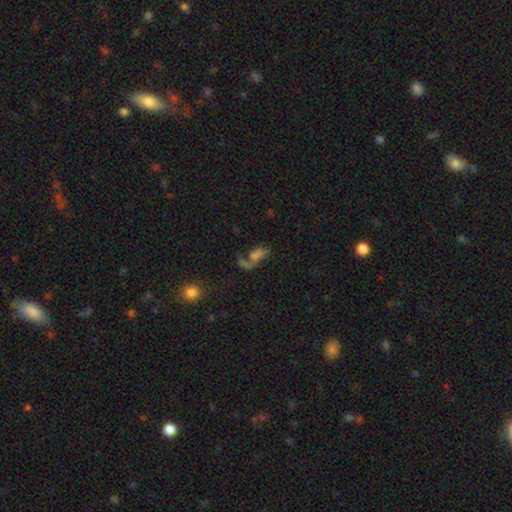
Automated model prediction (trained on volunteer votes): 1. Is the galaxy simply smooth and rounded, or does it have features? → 41% smooth, 33% featured or disk, 26% star or artifact.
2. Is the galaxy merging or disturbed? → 35% merger, 31% none, 23% major disturbance, 12% minor disturbance.